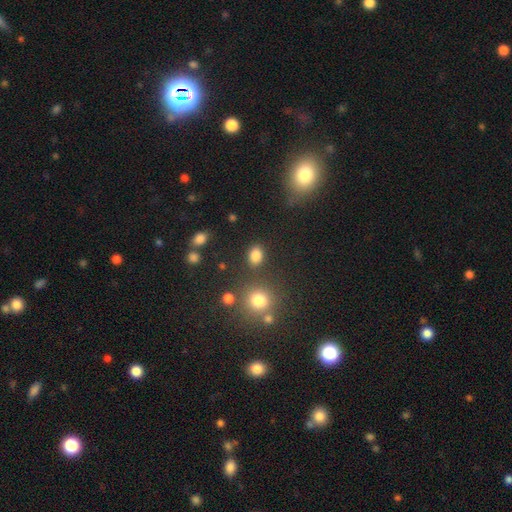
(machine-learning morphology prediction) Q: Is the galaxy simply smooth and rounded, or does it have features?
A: smooth — 83%.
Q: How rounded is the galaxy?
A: in between — 66%.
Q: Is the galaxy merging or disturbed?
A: none — 80%.